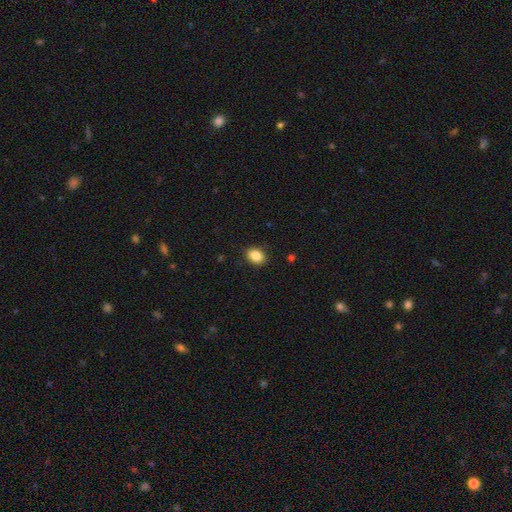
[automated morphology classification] smooth_or_featured: smooth (p=0.86) [alt: star or artifact p=0.09]
how_rounded: in between (p=0.69) [alt: round p=0.30]
merging: none (p=0.89) [alt: minor disturbance p=0.08]